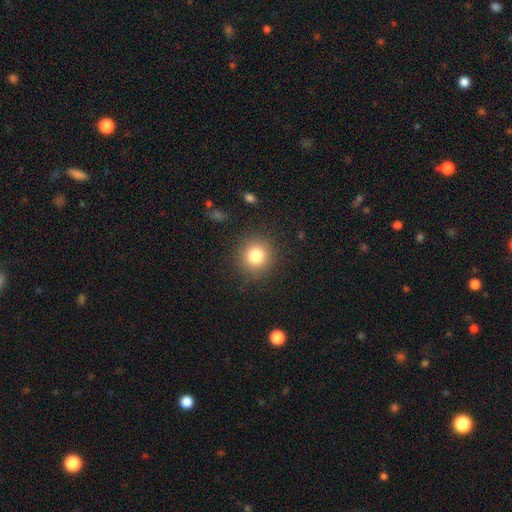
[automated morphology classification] Smooth or featured: smooth — 80% (star or artifact — 12%)
How rounded: round — 93% (in between — 6%)
Merging: none — 89% (minor disturbance — 7%)